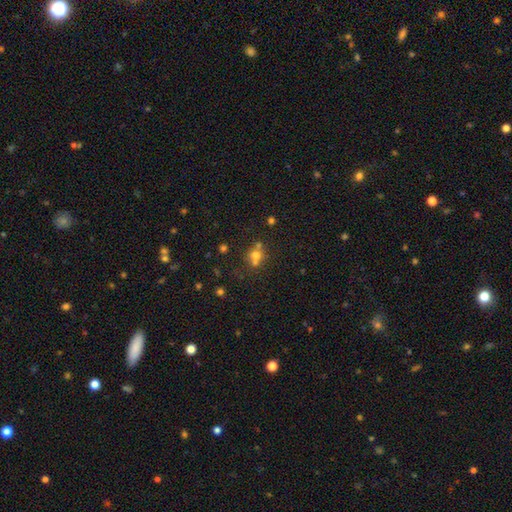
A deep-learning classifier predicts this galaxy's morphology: The model was most divided on "merging": none: 46%, merger: 41%, minor disturbance: 8%, major disturbance: 4%. More confident: how rounded — round (81%); smooth or featured — smooth (61%).